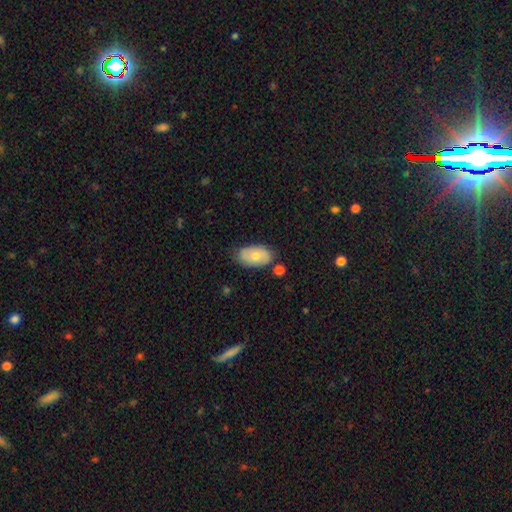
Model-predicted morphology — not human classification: smooth_or_featured: smooth (p=0.61) [alt: featured or disk p=0.32]
how_rounded: in between (p=0.92) [alt: round p=0.06]
merging: none (p=0.73) [alt: minor disturbance p=0.19]